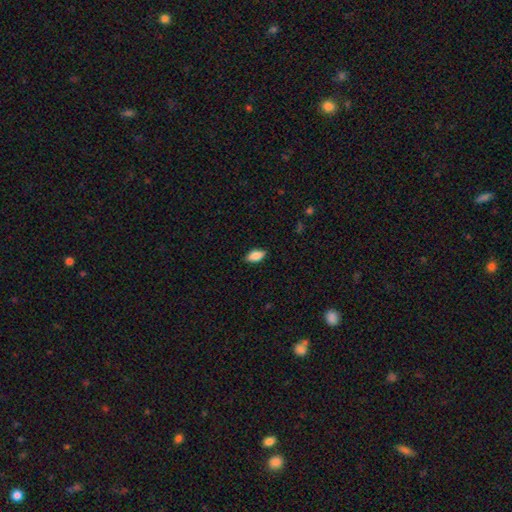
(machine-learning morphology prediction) Smooth or featured? smooth (84%)
How rounded? in between (91%)
Merging? none (85%)